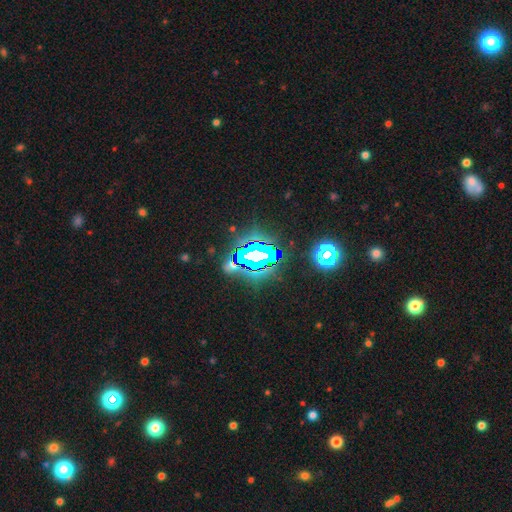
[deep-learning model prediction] smooth-or-featured: star or artifact: 71% | smooth: 16% | featured or disk: 13%